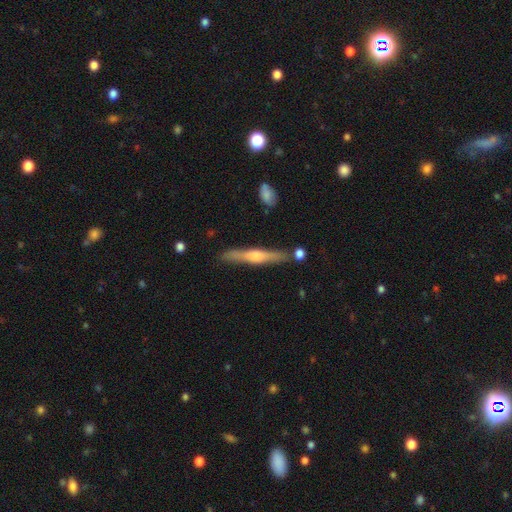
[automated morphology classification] A featured or disk galaxy (67%) viewed edge-on (97%) with a rounded central bulge (86%). Merging: none (84%).